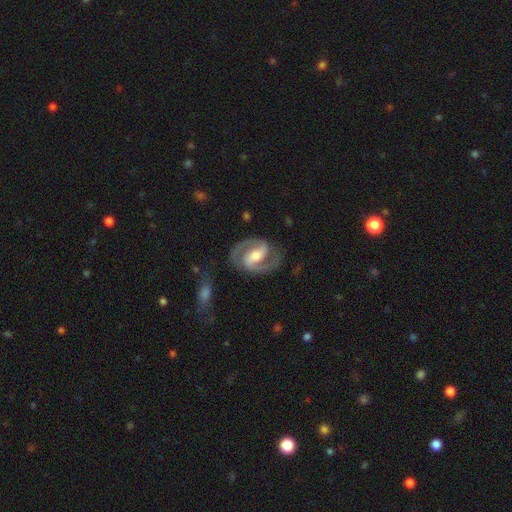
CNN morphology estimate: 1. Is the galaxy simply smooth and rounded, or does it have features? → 90% featured or disk, 6% smooth, 4% star or artifact.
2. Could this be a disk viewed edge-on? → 97% no, 3% yes.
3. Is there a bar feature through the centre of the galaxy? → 49% strong, 35% weak, 16% no.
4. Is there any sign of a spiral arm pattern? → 96% yes, 4% no.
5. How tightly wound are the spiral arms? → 58% medium, 29% tight, 13% loose.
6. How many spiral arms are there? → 93% 2, 2% can't tell, 2% 1, 1% 3, 1% 4, 1% more than 4.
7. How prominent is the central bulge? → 64% moderate, 24% small, 9% large, 2% none, 1% dominant.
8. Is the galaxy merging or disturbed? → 80% none, 12% minor disturbance, 6% major disturbance, 2% merger.